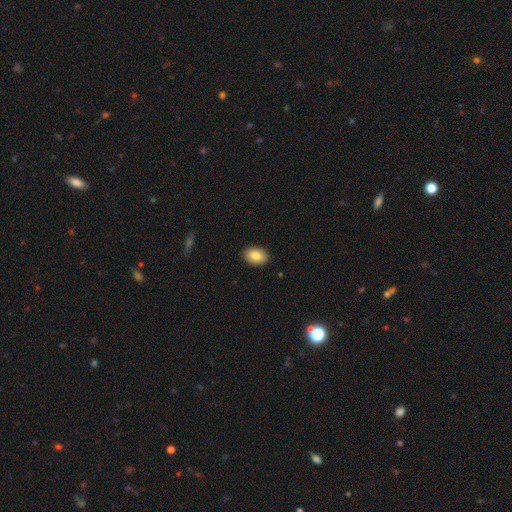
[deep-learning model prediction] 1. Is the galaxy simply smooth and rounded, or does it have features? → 84% smooth, 9% featured or disk, 7% star or artifact.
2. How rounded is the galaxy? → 86% in between, 13% round, 1% cigar-shaped.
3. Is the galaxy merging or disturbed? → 90% none, 7% minor disturbance, 2% major disturbance, 1% merger.